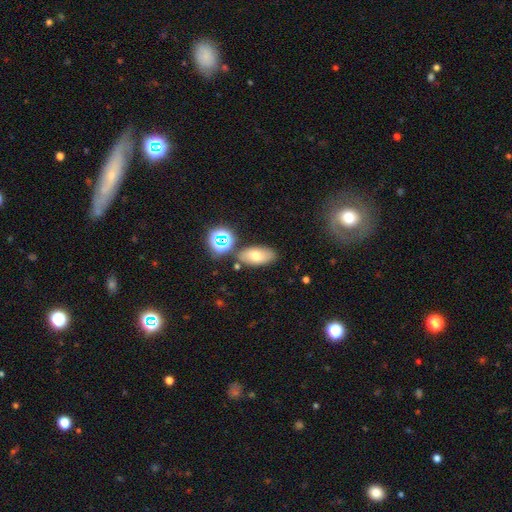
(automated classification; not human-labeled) Smooth or featured: smooth — 66% (featured or disk — 19%)
How rounded: in between — 87% (round — 8%)
Merging: none — 77% (minor disturbance — 12%)